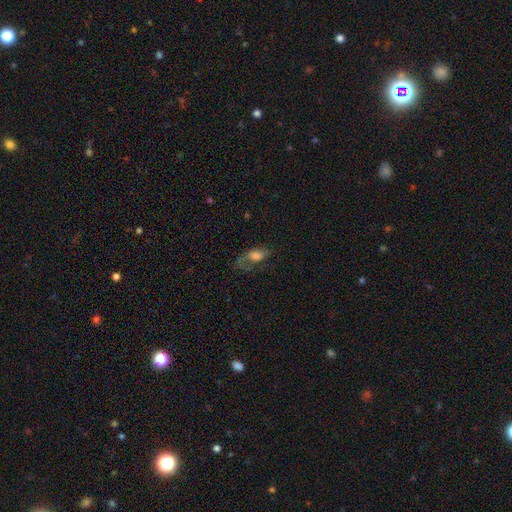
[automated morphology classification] Smooth or featured? smooth (45%)
Merging? major disturbance (40%)